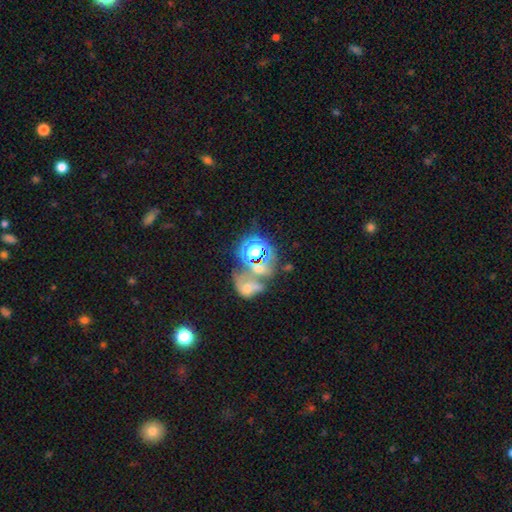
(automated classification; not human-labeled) A smooth galaxy with no disk features (41%). Merging: merger (55%).